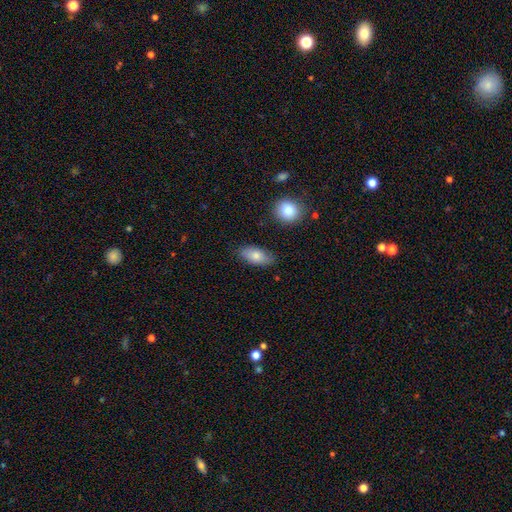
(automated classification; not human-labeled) smooth-or-featured: smooth: 80% | featured or disk: 13% | star or artifact: 7%
  how-rounded: in between: 90% | cigar-shaped: 7% | round: 4%
  merging: none: 80% | minor disturbance: 15% | merger: 3% | major disturbance: 3%